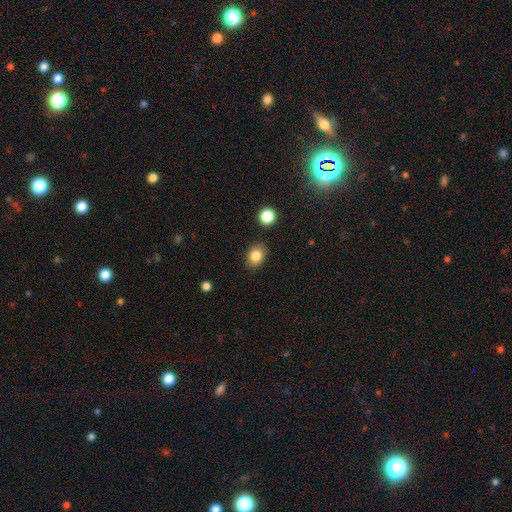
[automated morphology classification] Smooth or featured? Predicted: smooth (p=0.84). How rounded? Predicted: in between (p=0.58). Merging? Predicted: none (p=0.85).